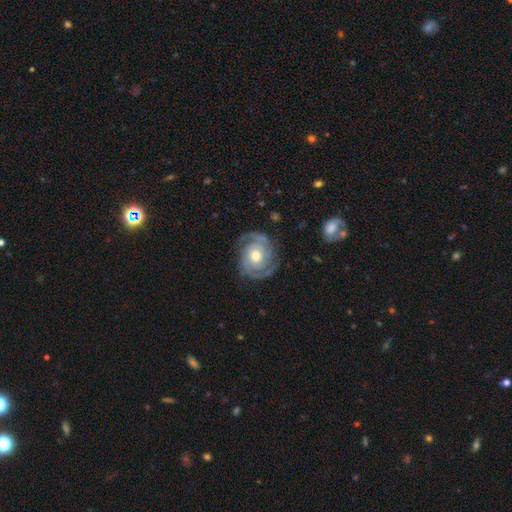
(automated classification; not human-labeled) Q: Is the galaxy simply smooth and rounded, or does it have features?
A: featured or disk — 89%.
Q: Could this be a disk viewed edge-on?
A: no — 98%.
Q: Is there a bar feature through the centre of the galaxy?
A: no — 73%.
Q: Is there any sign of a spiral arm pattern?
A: yes — 97%.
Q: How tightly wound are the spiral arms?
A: tight — 61%.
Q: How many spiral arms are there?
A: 2 — 80%.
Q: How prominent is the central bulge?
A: moderate — 75%.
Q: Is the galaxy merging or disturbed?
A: none — 81%.